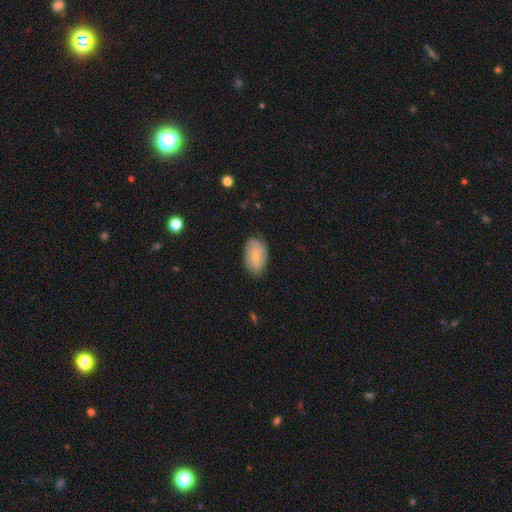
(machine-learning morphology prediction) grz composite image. It shows a smooth galaxy with no disk features (52%) that is in between round and cigar-shaped (90%). Merging: none (78%).